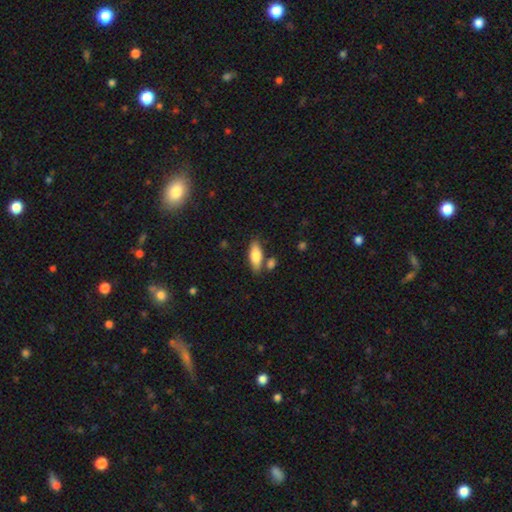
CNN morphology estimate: smooth-or-featured: smooth: 79% | featured or disk: 15% | star or artifact: 6%
  how-rounded: in between: 75% | cigar-shaped: 22% | round: 3%
  merging: none: 73% | minor disturbance: 13% | merger: 10% | major disturbance: 3%